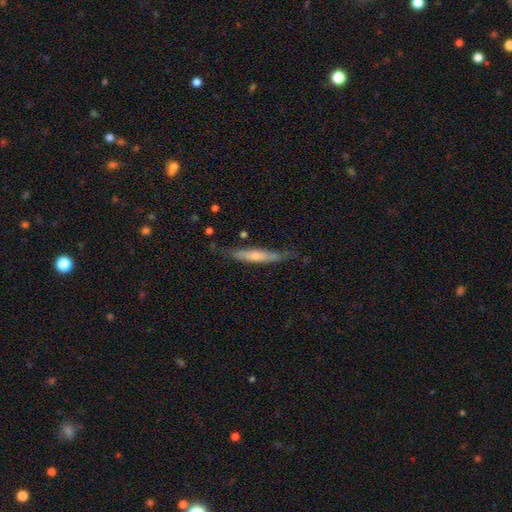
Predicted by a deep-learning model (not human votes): Morphology: type=smooth (53%); roundness=cigar-shaped (91%); merging=none (68%).